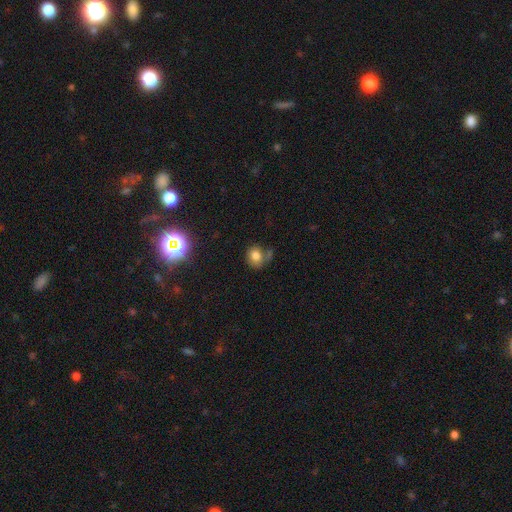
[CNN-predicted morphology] This is likely a smooth galaxy (76%). How rounded: likely round (74%). Merging: possibly none (57%).